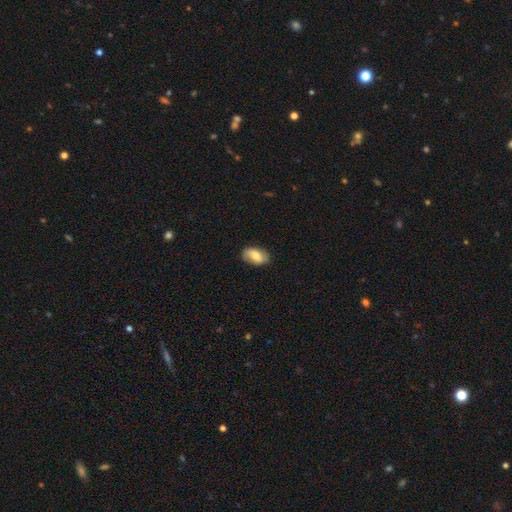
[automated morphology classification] smooth 70%, featured or disk 23%, star or artifact 7%. Down the decision tree: how rounded — in between (91%); merging — none (83%).